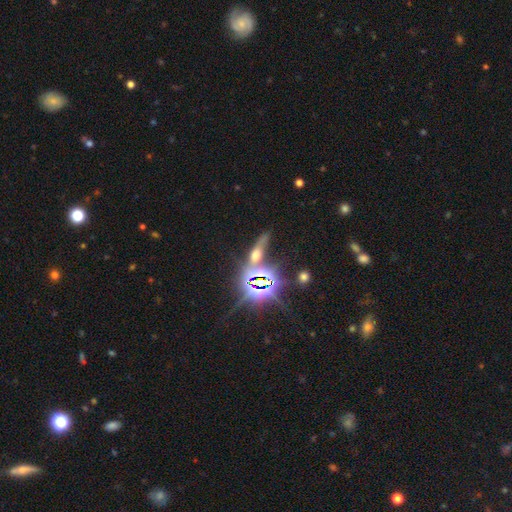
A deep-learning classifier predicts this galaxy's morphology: Smooth or featured: star or artifact — 46% (smooth — 30%)